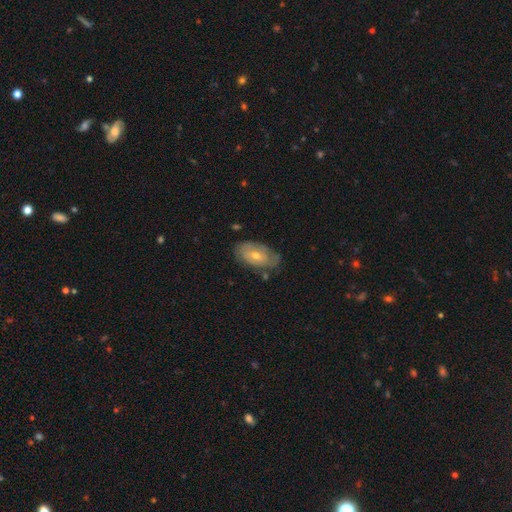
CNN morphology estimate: Smooth or featured? featured or disk (55%)
Edge-on disk? no (90%)
Merging? none (71%)